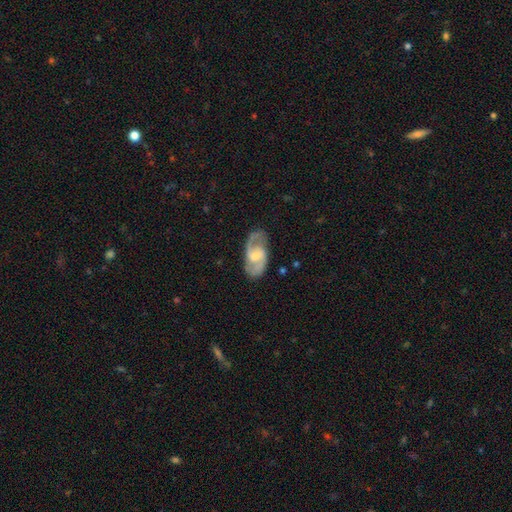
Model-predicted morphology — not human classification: This appears to be a featured or disk galaxy (80%) with a weak bar (54%), 2 (88%) medium (55%) spiral arms (92%) and a moderate central bulge (42%). Merging: none (77%).